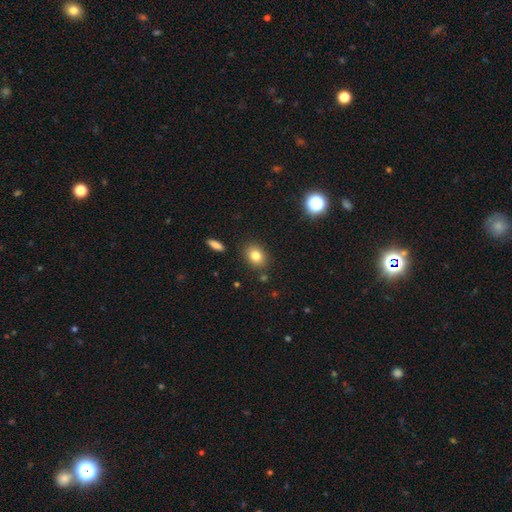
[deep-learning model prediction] This appears to be a smooth galaxy with no disk features (80%) that is in between round and cigar-shaped (60%). Merging: none (86%).